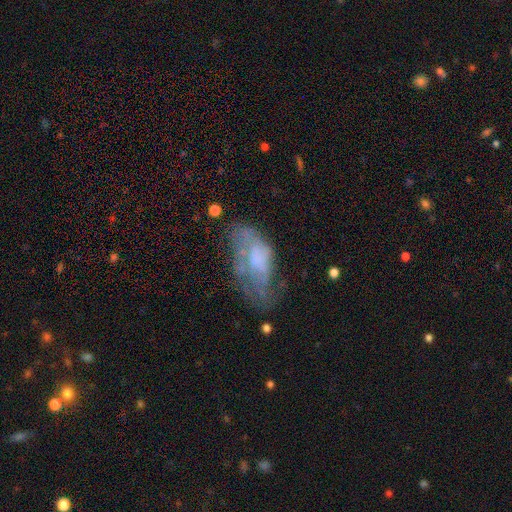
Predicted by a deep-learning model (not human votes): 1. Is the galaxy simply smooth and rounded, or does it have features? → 51% featured or disk, 40% smooth, 10% star or artifact.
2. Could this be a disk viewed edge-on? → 93% no, 7% yes.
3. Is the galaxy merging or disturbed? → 36% major disturbance, 31% none, 27% minor disturbance, 6% merger.